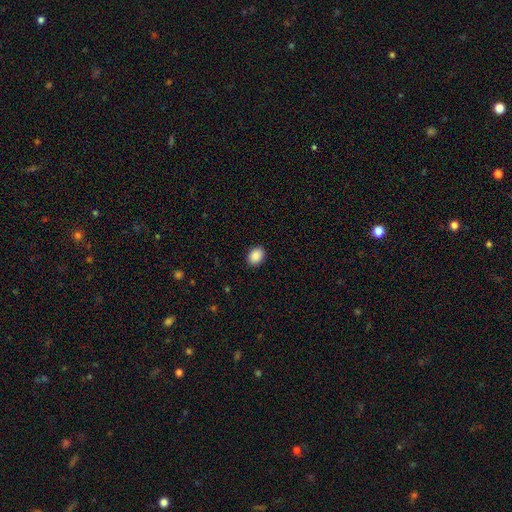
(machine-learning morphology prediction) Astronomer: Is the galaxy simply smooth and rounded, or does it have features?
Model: smooth — 89%.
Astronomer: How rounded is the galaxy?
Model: in between — 63%.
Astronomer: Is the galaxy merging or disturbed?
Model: none — 90%.